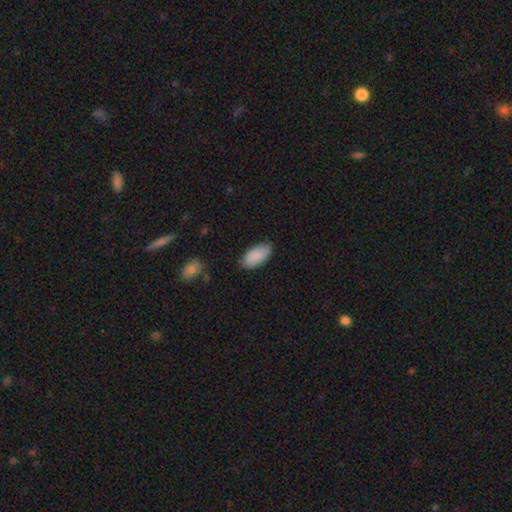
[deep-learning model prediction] smooth_or_featured: smooth (p=0.90) [alt: star or artifact p=0.06]
how_rounded: in between (p=0.93) [alt: cigar-shaped p=0.05]
merging: none (p=0.79) [alt: minor disturbance p=0.17]